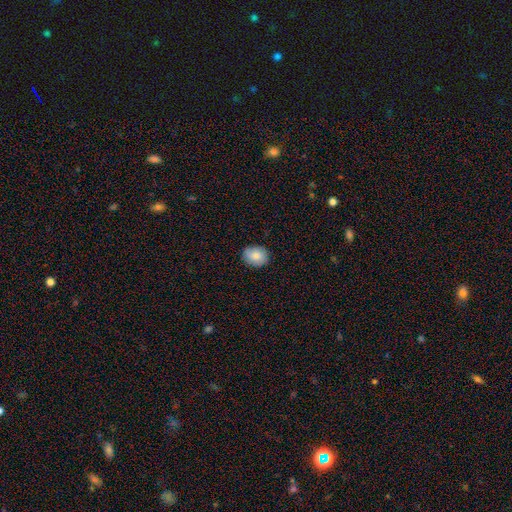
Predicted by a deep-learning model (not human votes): A smooth galaxy with no disk features (83%) that is round (61%).

Vote fractions:
- Smooth or featured? smooth: 83% / featured or disk: 10% / star or artifact: 7%
- How rounded? round: 61% / in between: 38% / cigar-shaped: 1%
- Merging? none: 86% / minor disturbance: 11% / major disturbance: 2% / merger: 1%